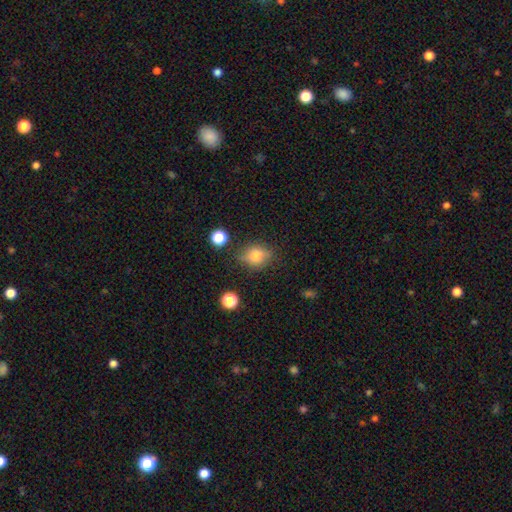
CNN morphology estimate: type=smooth (74%); roundness=round (55%); merging=none (73%).